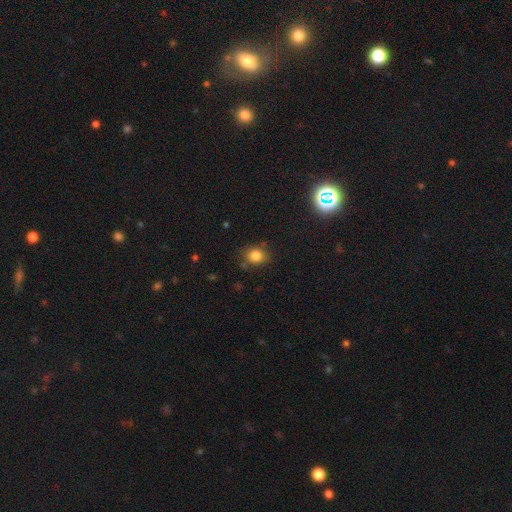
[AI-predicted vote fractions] A smooth galaxy with no disk features (82%) that is round (62%). Merging: none (76%).